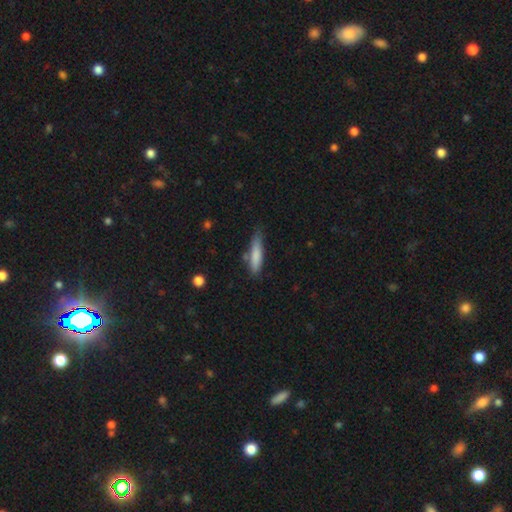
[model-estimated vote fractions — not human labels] Smooth or featured? Predicted: smooth (p=0.79). How rounded? Predicted: cigar-shaped (p=0.76). Merging? Predicted: none (p=0.65).